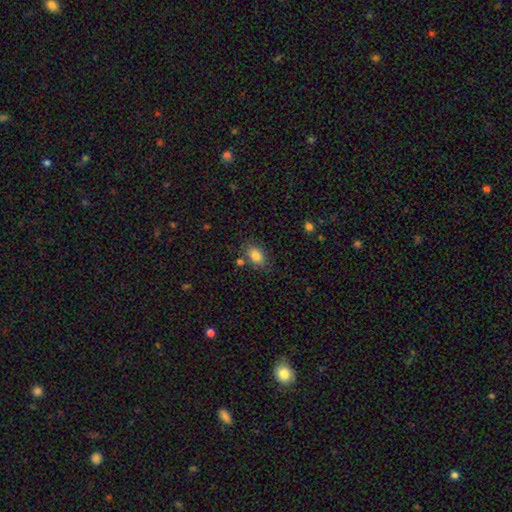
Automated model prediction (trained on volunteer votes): This is clearly a smooth galaxy (83%). How rounded: clearly in between (83%). Merging: likely none (74%).